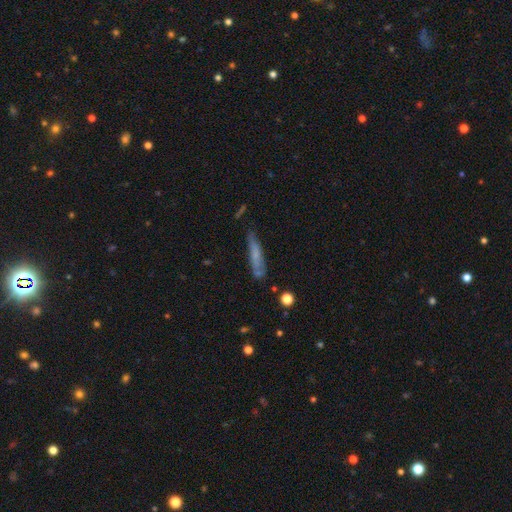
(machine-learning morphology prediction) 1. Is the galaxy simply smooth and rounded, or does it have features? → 54% smooth, 36% featured or disk, 10% star or artifact.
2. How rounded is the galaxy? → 83% cigar-shaped, 15% in between, 2% round.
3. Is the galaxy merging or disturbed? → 60% none, 25% minor disturbance, 9% major disturbance, 6% merger.